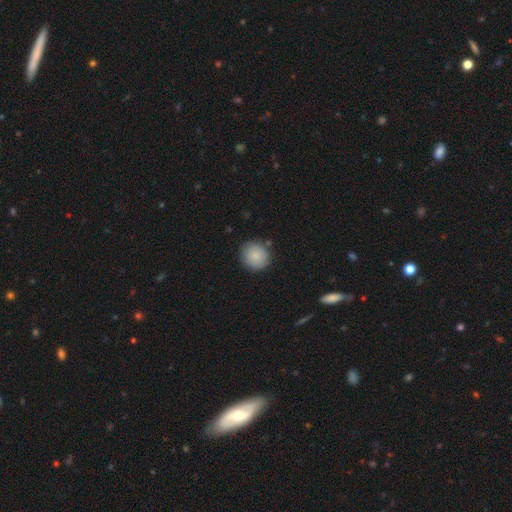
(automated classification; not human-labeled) Smooth or featured?
  - smooth: 86% *
  - star or artifact: 7%
  - featured or disk: 7%
How rounded?
  - round: 86% *
  - in between: 13%
  - cigar-shaped: 1%
Merging?
  - none: 84% *
  - minor disturbance: 11%
  - merger: 3%
  - major disturbance: 2%